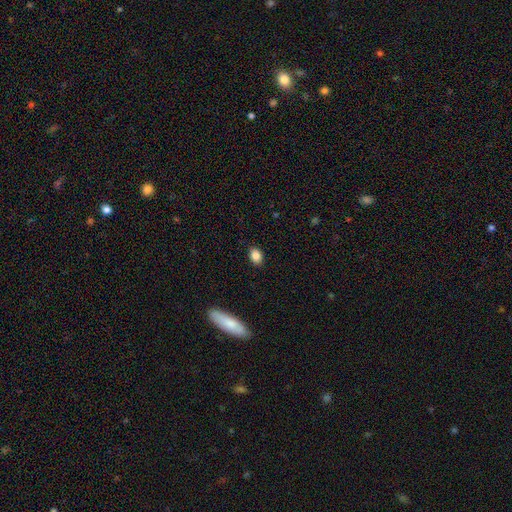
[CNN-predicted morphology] A smooth galaxy with no disk features (85%) that is in between round and cigar-shaped (73%). Merging: none (88%).